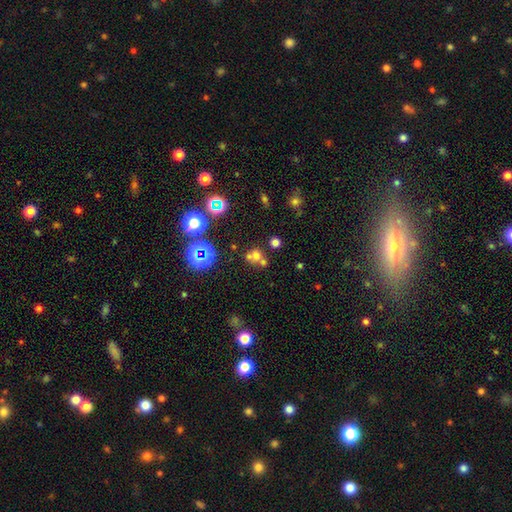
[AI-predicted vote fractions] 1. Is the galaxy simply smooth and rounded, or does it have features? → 56% smooth, 29% star or artifact, 15% featured or disk.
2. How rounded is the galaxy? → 83% round, 16% in between, 1% cigar-shaped.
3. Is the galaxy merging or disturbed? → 46% none, 42% merger, 7% minor disturbance, 4% major disturbance.